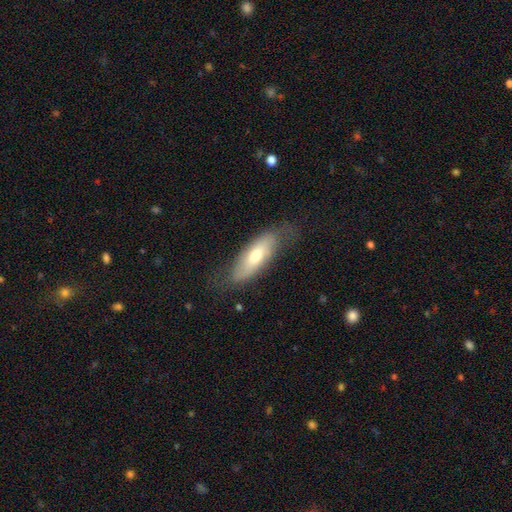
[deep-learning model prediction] This appears to be a smooth galaxy with no disk features (55%) that is in between round and cigar-shaped (66%). Merging: none (67%).